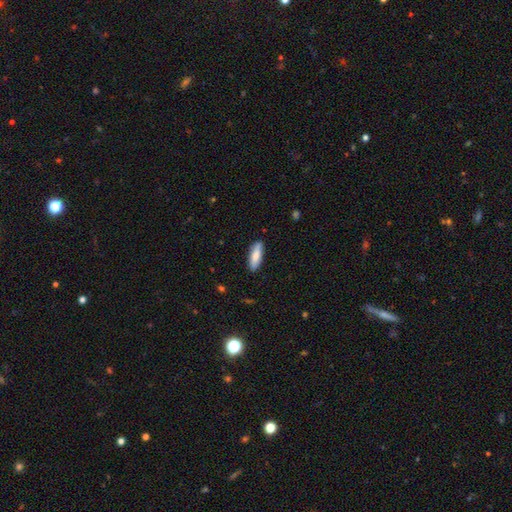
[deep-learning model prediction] This is likely a smooth galaxy (79%). How rounded: possibly cigar-shaped (52%). Merging: clearly none (87%).